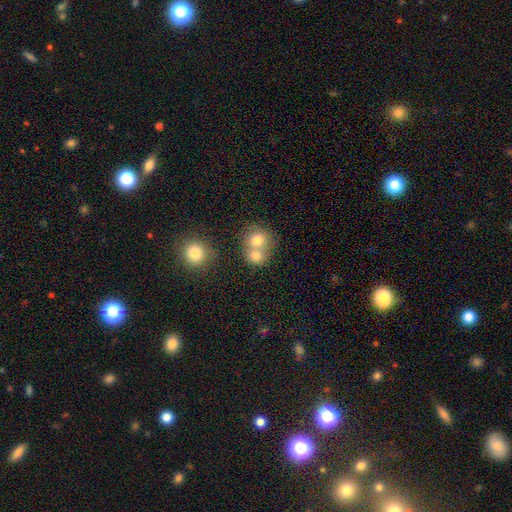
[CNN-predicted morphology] Smooth or featured? smooth (78%)
How rounded? round (77%)
Merging? merger (56%)